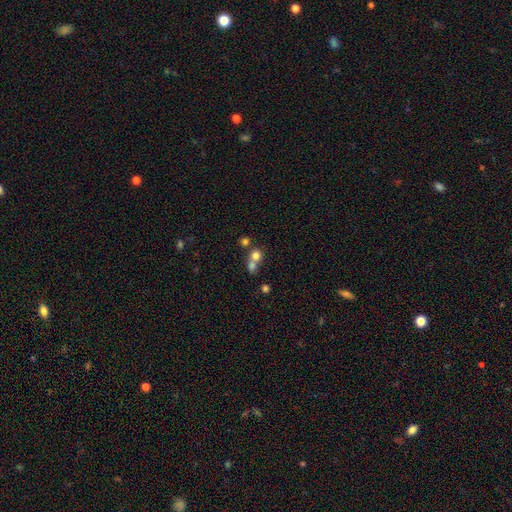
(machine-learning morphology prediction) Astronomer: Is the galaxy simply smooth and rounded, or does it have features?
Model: smooth — 71%.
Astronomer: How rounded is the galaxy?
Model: round — 82%.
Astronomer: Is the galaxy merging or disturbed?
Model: merger — 55% (runner-up: none, 36%).